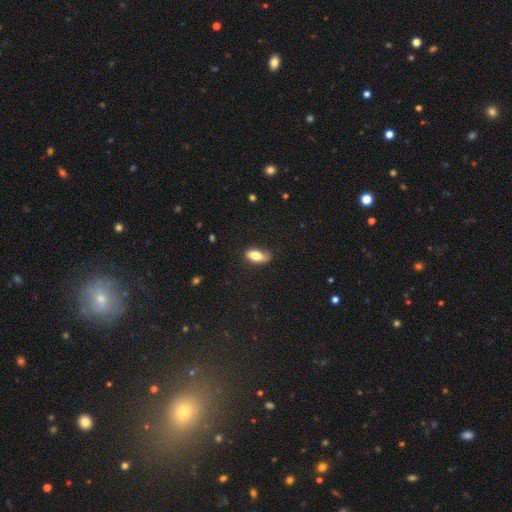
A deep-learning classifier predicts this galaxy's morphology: Smooth or featured? Predicted: smooth (p=0.78). How rounded? Predicted: in between (p=0.87). Merging? Predicted: none (p=0.69).